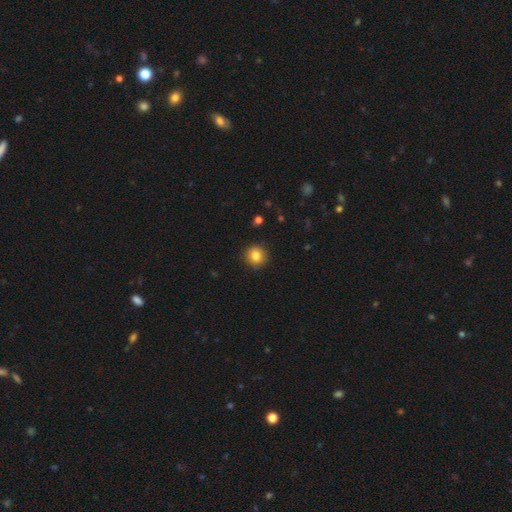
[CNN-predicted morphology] smooth-or-featured: smooth: 84% | star or artifact: 10% | featured or disk: 6%
  how-rounded: round: 90% | in between: 9% | cigar-shaped: 1%
  merging: none: 91% | minor disturbance: 6% | major disturbance: 2% | merger: 1%